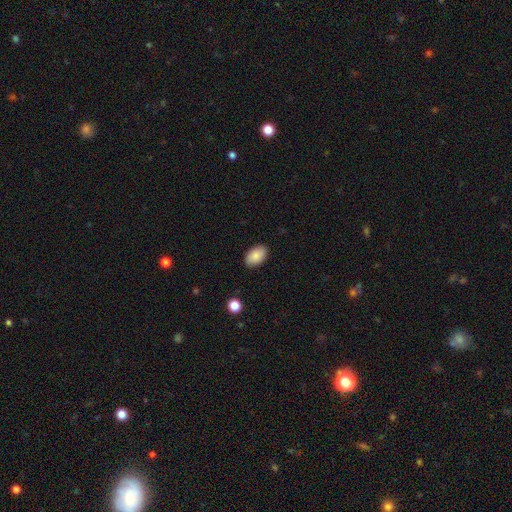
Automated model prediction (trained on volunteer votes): A smooth galaxy with no disk features (87%) that is in between round and cigar-shaped (93%). Merging: none (87%).